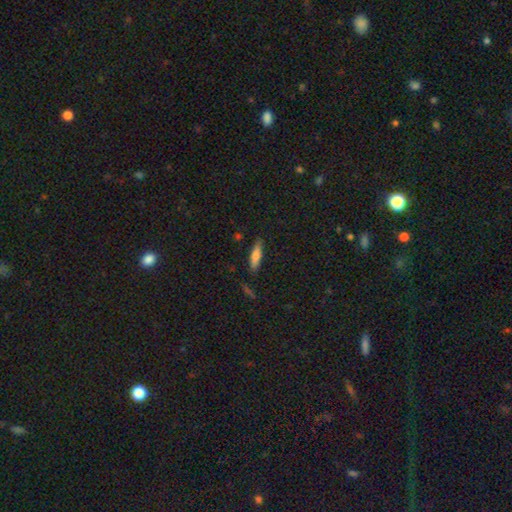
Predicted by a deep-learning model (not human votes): Overall: smooth (71%). How rounded: cigar-shaped (71%). Merging: none (83%).